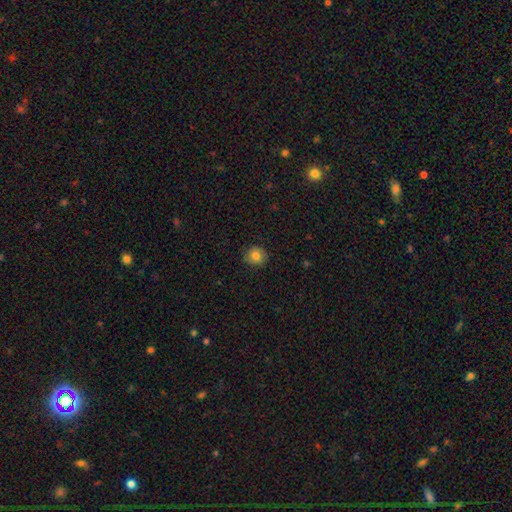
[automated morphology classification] This appears to be a smooth galaxy with no disk features (80%) that is round (82%). Merging: none (86%).